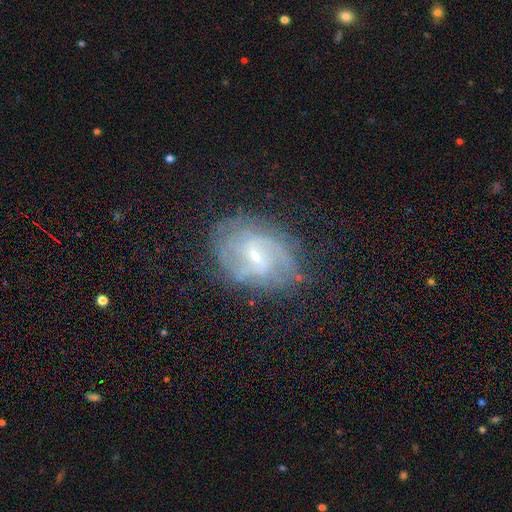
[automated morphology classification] A featured or disk galaxy (79%) with a weak bar (59%), 2 (48%) medium (43%) spiral arms (90%) and a small central bulge (69%).

Vote fractions:
- Smooth or featured? featured or disk: 79% / smooth: 13% / star or artifact: 8%
- Edge-on disk? no: 97% / yes: 3%
- Bar? weak: 59% / no: 21% / strong: 19%
- Spiral arms? yes: 90% / no: 10%
- Spiral winding? medium: 43% / tight: 38% / loose: 19%
- Spiral arm count? 2: 48% / can't tell: 31% / 3: 10% / 4: 4% / 1: 4% / more than 4: 3%
- Bulge size? small: 69% / moderate: 25% / none: 4% / large: 1% / dominant: 1%
- Merging? none: 70% / minor disturbance: 19% / major disturbance: 8% / merger: 2%